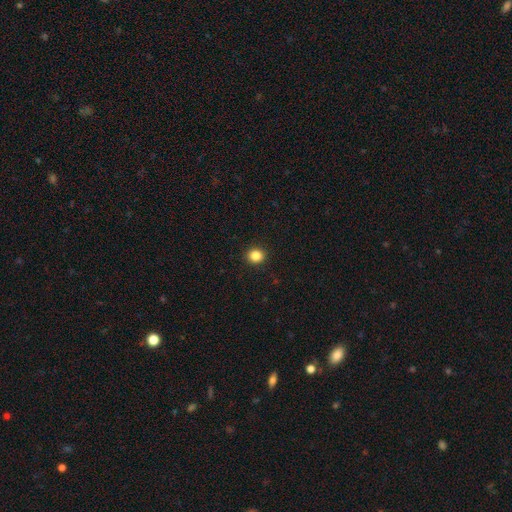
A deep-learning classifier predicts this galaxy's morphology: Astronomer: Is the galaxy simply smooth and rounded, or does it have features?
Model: smooth — 85%.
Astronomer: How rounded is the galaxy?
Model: round — 83%.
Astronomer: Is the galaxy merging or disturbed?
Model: none — 93%.